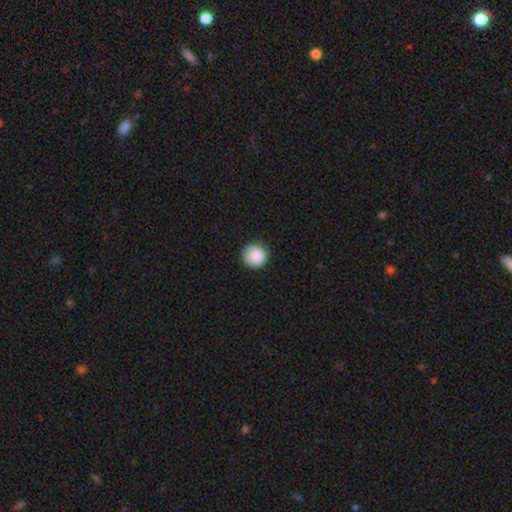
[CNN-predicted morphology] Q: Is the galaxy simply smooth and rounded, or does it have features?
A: smooth — 88%.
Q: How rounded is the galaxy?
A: round — 95%.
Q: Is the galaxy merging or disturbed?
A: none — 87%.